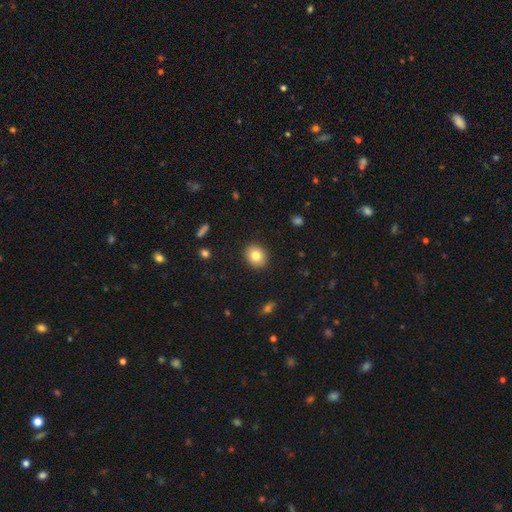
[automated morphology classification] Smooth or featured? smooth (81%)
How rounded? round (60%)
Merging? none (90%)